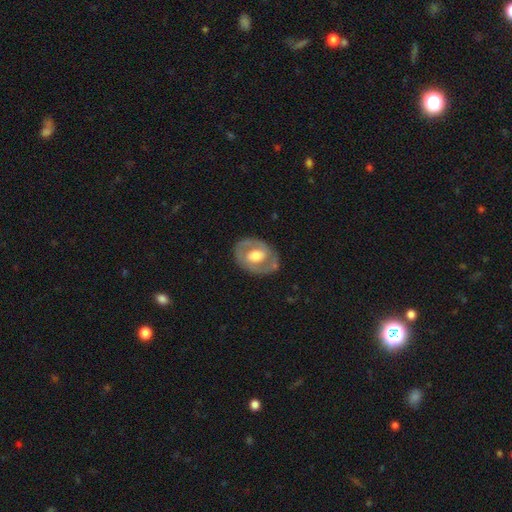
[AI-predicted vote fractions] Smooth or featured?
  - featured or disk: 65% *
  - smooth: 30%
  - star or artifact: 5%
Edge-on disk?
  - no: 95% *
  - yes: 5%
Bar?
  - no: 54% *
  - weak: 33%
  - strong: 13%
Spiral arms?
  - yes: 52% *
  - no: 48%
Bulge size?
  - moderate: 55% *
  - large: 33%
  - small: 9%
  - dominant: 2%
  - none: 2%
Merging?
  - none: 76% *
  - minor disturbance: 16%
  - major disturbance: 6%
  - merger: 2%